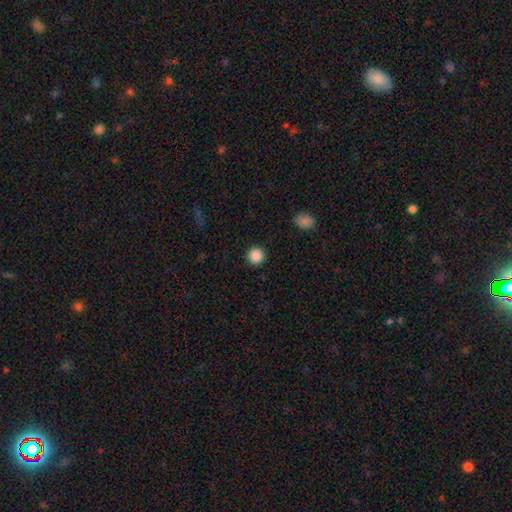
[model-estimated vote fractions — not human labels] Smooth or featured: smooth — 88% (star or artifact — 9%)
How rounded: round — 96% (in between — 3%)
Merging: none — 92% (minor disturbance — 5%)